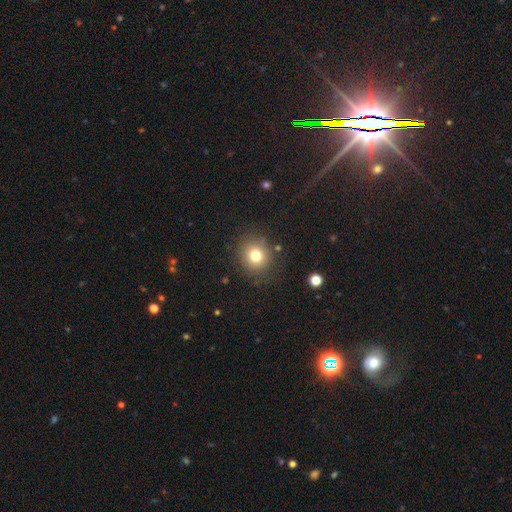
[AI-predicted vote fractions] Overall: smooth (77%). How rounded: round (85%). Merging: none (84%).